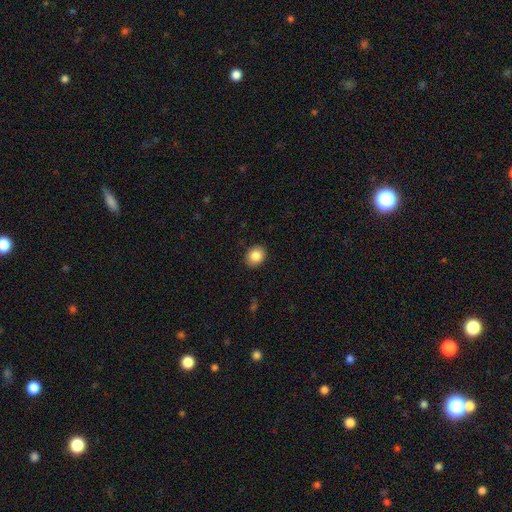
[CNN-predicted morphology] This appears to be a smooth galaxy with no disk features (85%) that is round (63%). Merging: none (91%).